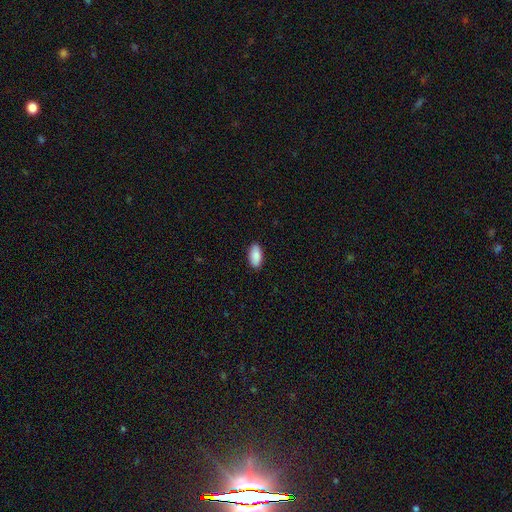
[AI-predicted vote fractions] This appears to be a smooth galaxy with no disk features (89%) that is in between round and cigar-shaped (92%). Merging: none (89%).